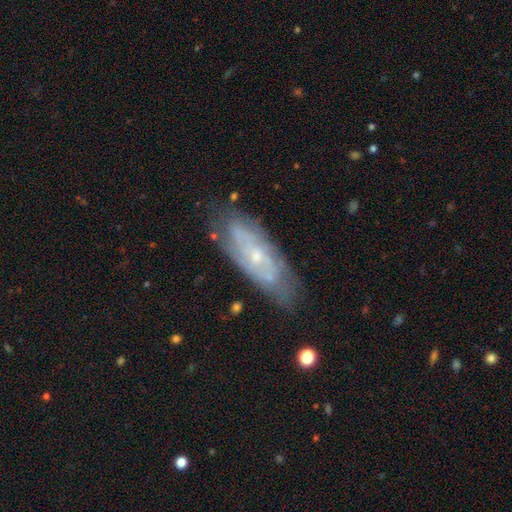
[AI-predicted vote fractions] smooth-or-featured: featured or disk: 69% | smooth: 24% | star or artifact: 7%
  disk-edge-on: no: 83% | yes: 17%
    bar: no: 74% | weak: 22% | strong: 4%
    has-spiral-arms: yes: 71% | no: 29%
    bulge-size: small: 70% | moderate: 25% | none: 3% | large: 1% | dominant: 1%
  merging: none: 71% | minor disturbance: 21% | major disturbance: 6% | merger: 3%